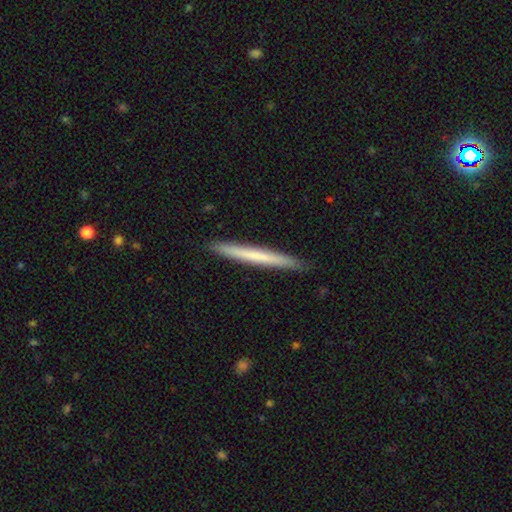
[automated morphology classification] A smooth galaxy with no disk features (58%) that is cigar-shaped (97%). Merging: none (91%).